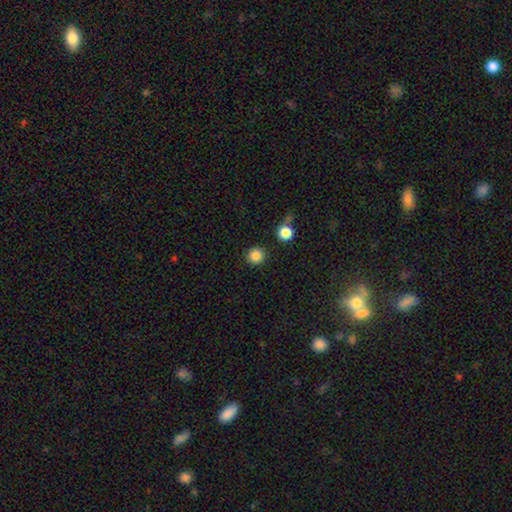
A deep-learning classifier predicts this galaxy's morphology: This appears to be a smooth galaxy with no disk features (86%) that is round (95%). Merging: none (88%).